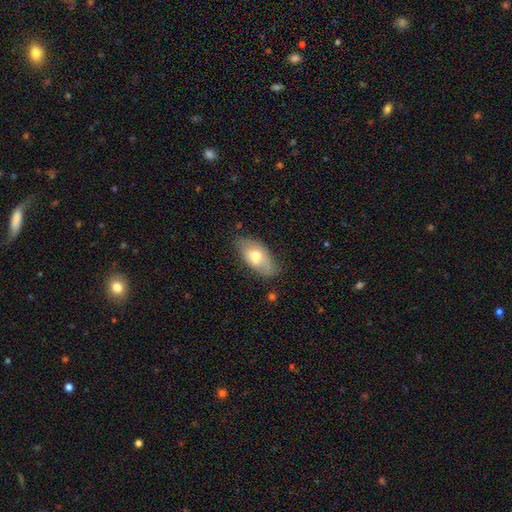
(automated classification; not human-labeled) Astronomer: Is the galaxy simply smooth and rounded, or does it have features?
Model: smooth — 66%.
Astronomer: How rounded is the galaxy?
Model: in between — 92%.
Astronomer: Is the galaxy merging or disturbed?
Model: none — 67%.